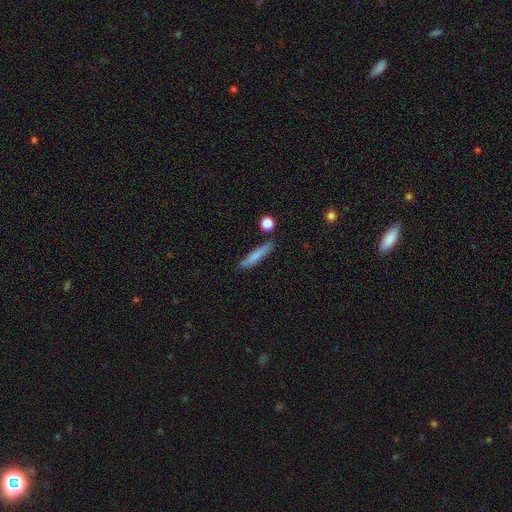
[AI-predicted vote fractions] Smooth or featured? Predicted: smooth (p=0.75). How rounded? Predicted: cigar-shaped (p=0.89). Merging? Predicted: none (p=0.81).